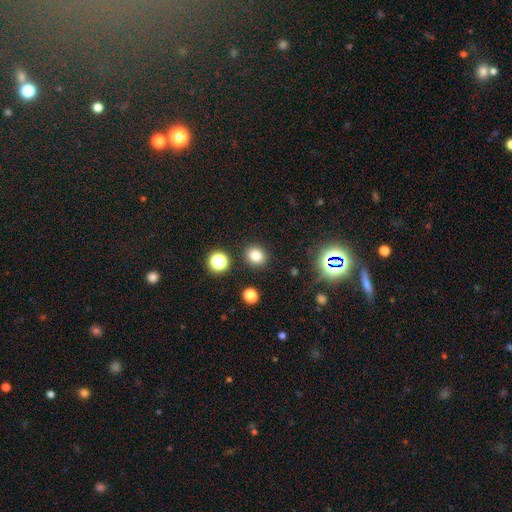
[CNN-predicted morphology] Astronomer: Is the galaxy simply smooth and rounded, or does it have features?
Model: smooth — 79%.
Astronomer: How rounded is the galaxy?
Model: round — 77%.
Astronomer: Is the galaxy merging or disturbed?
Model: none — 88%.